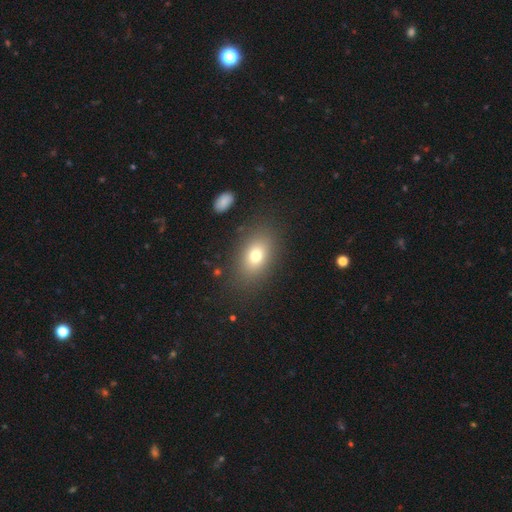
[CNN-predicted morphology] The model was most divided on "smooth or featured": smooth: 75%, featured or disk: 13%, star or artifact: 12%. More confident: merging — none (83%); how rounded — in between (80%).